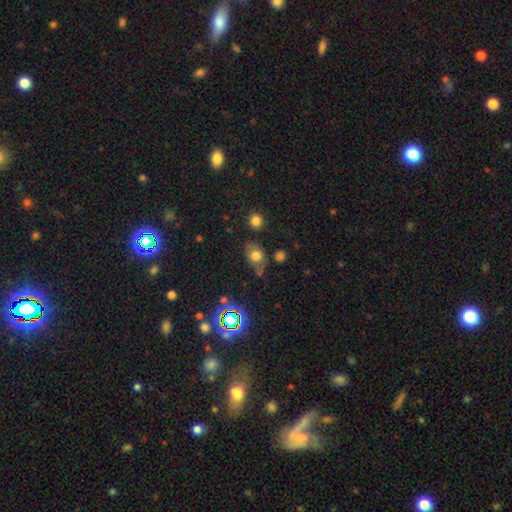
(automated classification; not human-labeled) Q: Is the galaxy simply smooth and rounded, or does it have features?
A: smooth — 66%.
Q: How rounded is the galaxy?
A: in between — 71%.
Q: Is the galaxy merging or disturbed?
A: none — 56%.